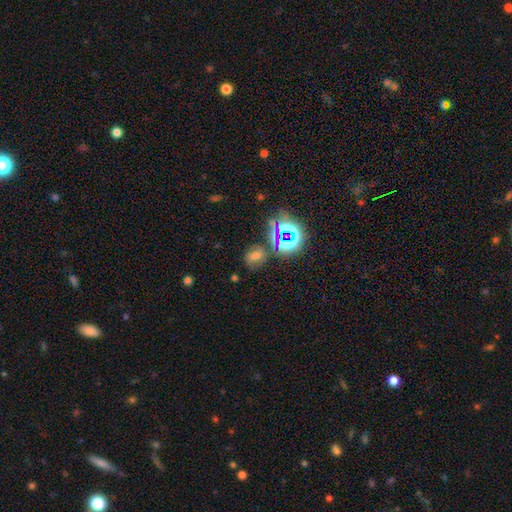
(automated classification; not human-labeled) star or artifact 48%, smooth 35%, featured or disk 17%.